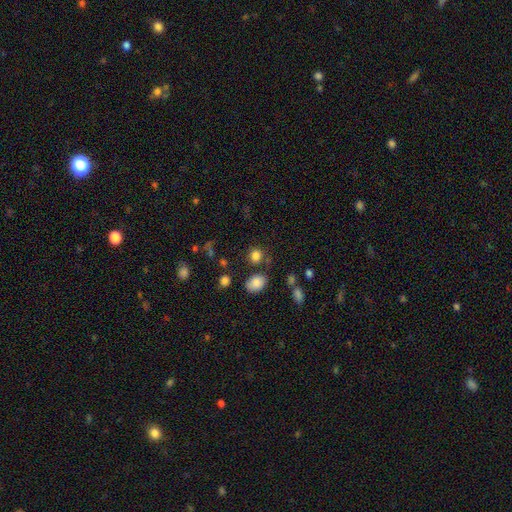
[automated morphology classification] Overall: smooth (82%). How rounded: round (81%). Merging: none (75%).